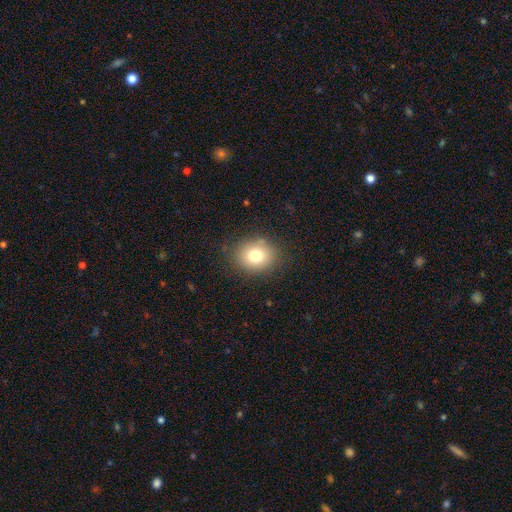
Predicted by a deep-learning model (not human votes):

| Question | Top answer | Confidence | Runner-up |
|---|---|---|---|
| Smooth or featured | smooth | 77% | star or artifact (12%) |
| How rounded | round | 64% | in between (36%) |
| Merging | none | 84% | minor disturbance (11%) |